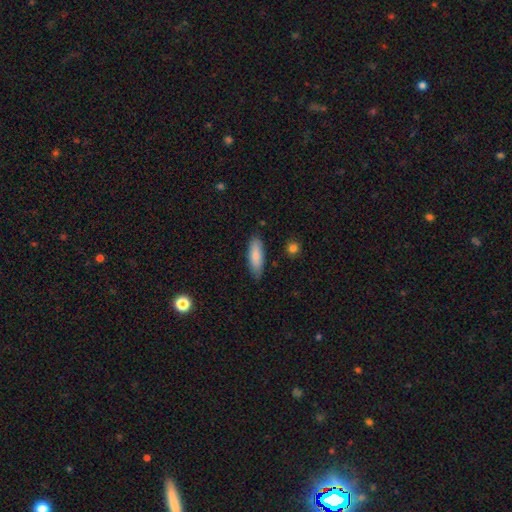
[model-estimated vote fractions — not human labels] Smooth or featured: smooth — 85% (featured or disk — 9%)
How rounded: in between — 55% (cigar-shaped — 44%)
Merging: none — 83% (minor disturbance — 13%)